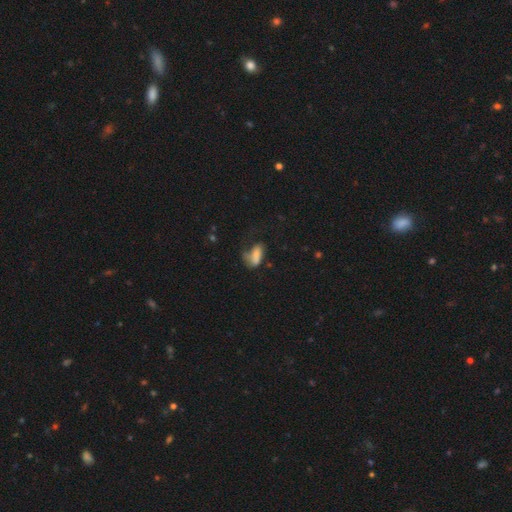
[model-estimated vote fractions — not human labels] A smooth galaxy with no disk features (70%) that is in between round and cigar-shaped (83%).

Vote fractions:
- Smooth or featured? smooth: 70% / featured or disk: 19% / star or artifact: 10%
- How rounded? in between: 83% / cigar-shaped: 13% / round: 4%
- Merging? major disturbance: 36% / none: 31% / minor disturbance: 26% / merger: 7%